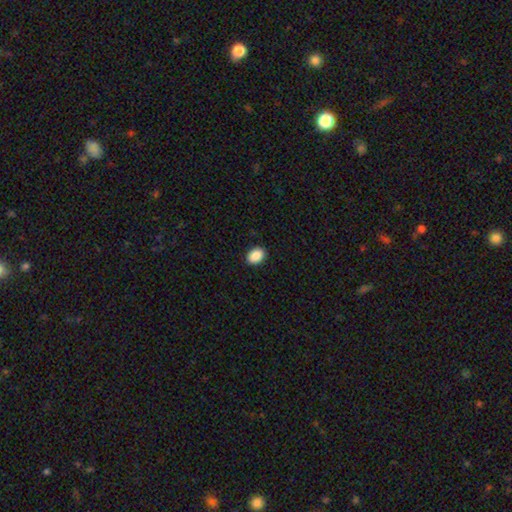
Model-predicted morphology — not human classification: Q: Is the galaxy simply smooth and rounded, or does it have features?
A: smooth — 90%.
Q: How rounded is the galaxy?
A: in between — 74%.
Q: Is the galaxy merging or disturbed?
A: none — 91%.